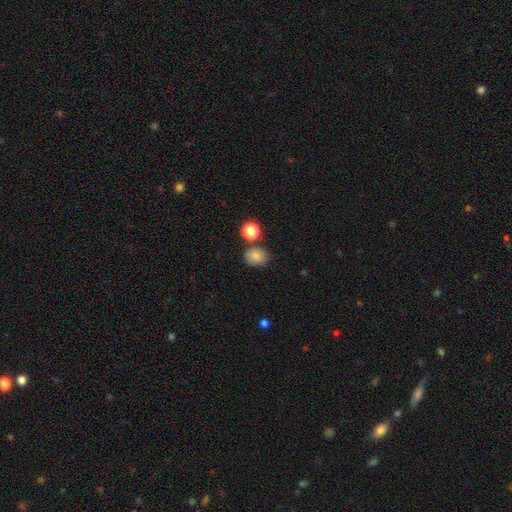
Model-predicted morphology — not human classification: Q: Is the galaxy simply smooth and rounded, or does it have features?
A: smooth — 83%.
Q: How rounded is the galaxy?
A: round — 52%.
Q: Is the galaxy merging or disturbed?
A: none — 73%.